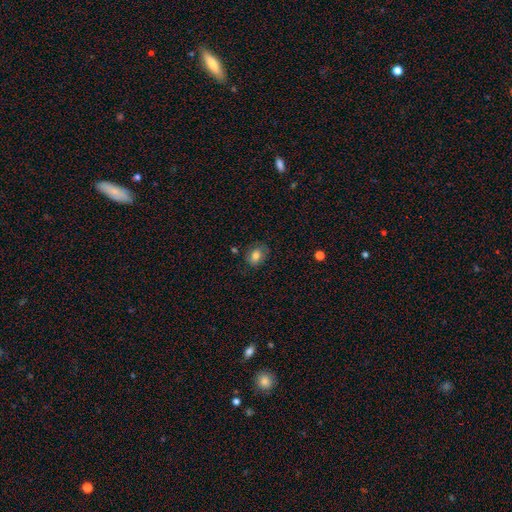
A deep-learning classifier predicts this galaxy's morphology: The model was most divided on "how rounded": in between: 60%, round: 39%, cigar-shaped: 1%. More confident: smooth or featured — smooth (79%); merging — none (76%).